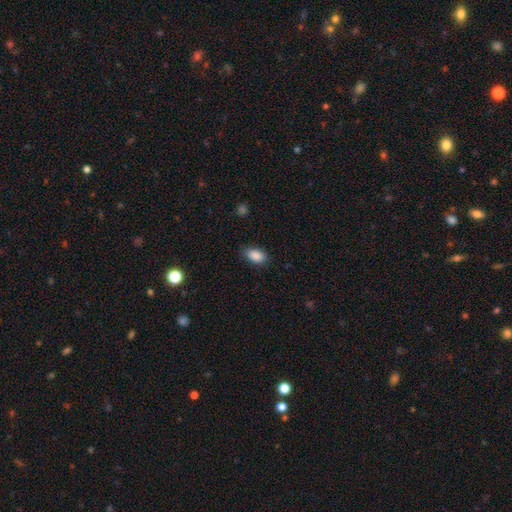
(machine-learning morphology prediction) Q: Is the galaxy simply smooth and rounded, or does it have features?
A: smooth — 89%.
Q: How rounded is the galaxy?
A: in between — 91%.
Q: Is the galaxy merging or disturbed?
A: none — 80%.